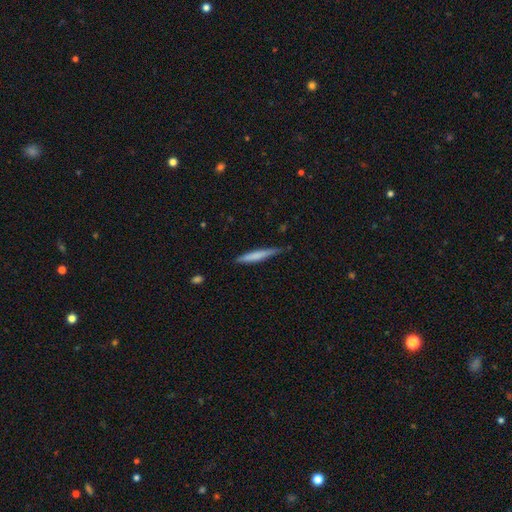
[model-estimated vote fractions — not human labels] Smooth or featured? smooth (68%)
How rounded? cigar-shaped (94%)
Merging? none (70%)